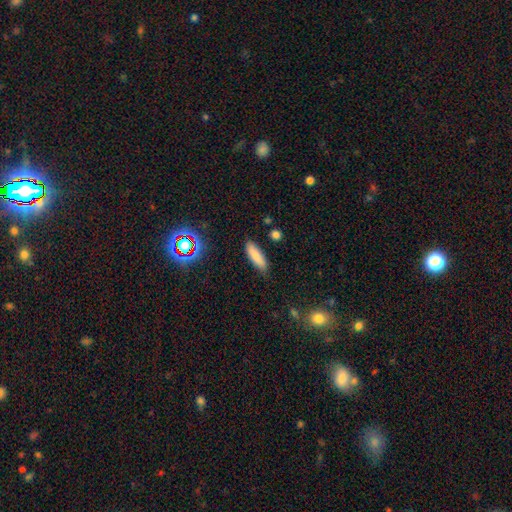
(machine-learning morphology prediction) Smooth or featured? smooth (83%)
How rounded? in between (50%)
Merging? none (84%)